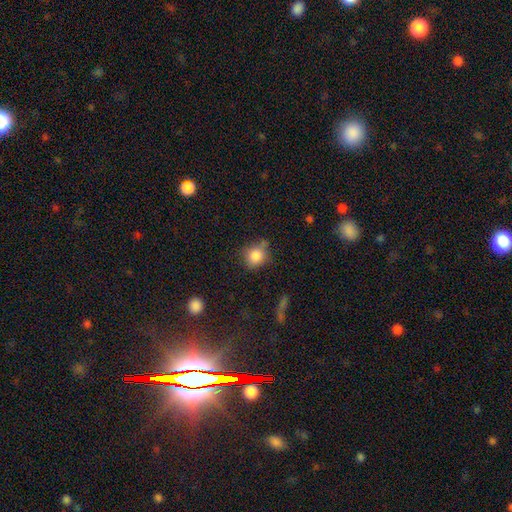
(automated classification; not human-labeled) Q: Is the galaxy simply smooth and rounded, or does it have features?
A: smooth — 84%.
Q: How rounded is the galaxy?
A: round — 71%.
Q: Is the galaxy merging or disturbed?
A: none — 63%.